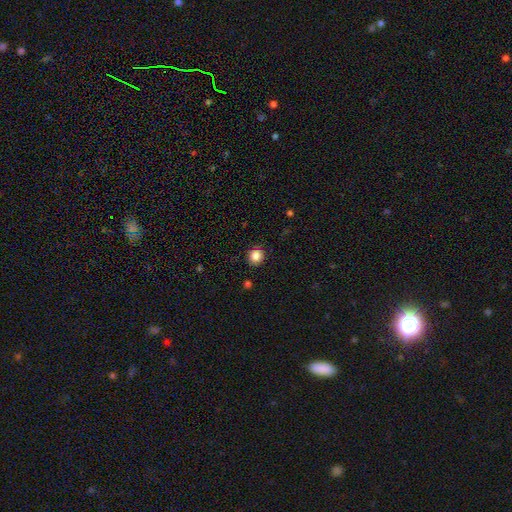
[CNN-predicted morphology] smooth 85%, star or artifact 11%, featured or disk 5%. Down the decision tree: how rounded — round (90%); merging — none (90%).